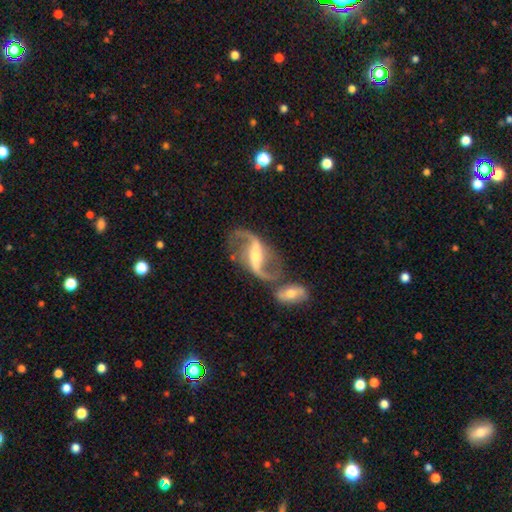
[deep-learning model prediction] Smooth or featured: featured or disk — 90% (smooth — 5%)
Edge-on disk: no — 95% (yes — 5%)
Bar: strong — 58% (weak — 29%)
Spiral arms: yes — 96% (no — 4%)
Spiral winding: loose — 75% (medium — 21%)
Spiral arm count: 2 — 93% (1 — 2%)
Bulge size: moderate — 52% (small — 37%)
Merging: none — 54% (merger — 24%)